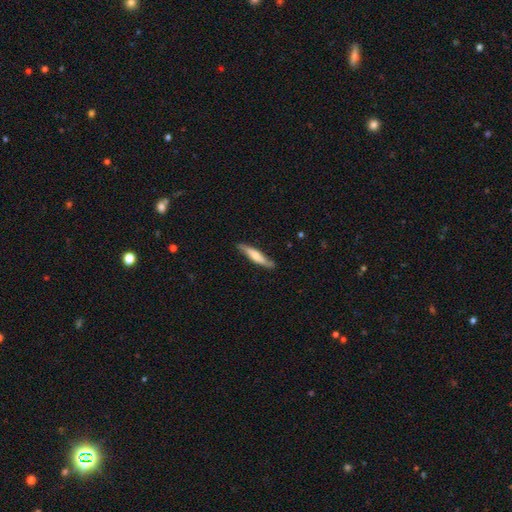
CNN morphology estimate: smooth-or-featured: smooth: 54% | featured or disk: 41% | star or artifact: 5%
  how-rounded: cigar-shaped: 87% | in between: 11% | round: 1%
  merging: none: 82% | minor disturbance: 14% | major disturbance: 2% | merger: 1%